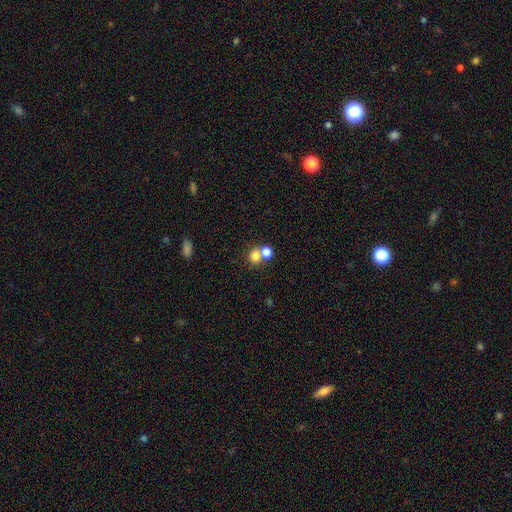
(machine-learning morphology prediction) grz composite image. It shows a smooth galaxy with no disk features (77%) that is round (74%). Merging: merger (50%).